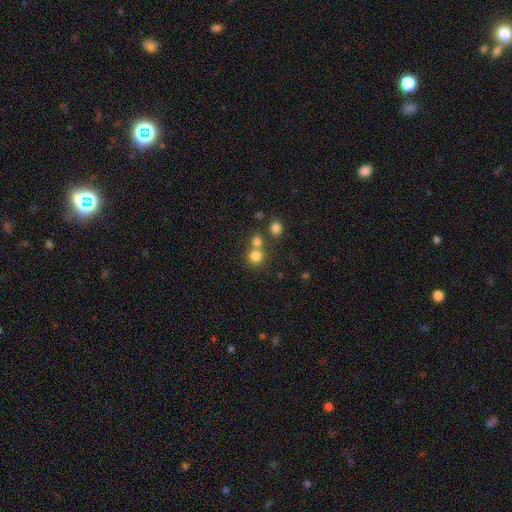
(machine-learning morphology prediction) smooth 78%, star or artifact 14%, featured or disk 8%. Down the decision tree: how rounded — round (89%); merging — none (55%).